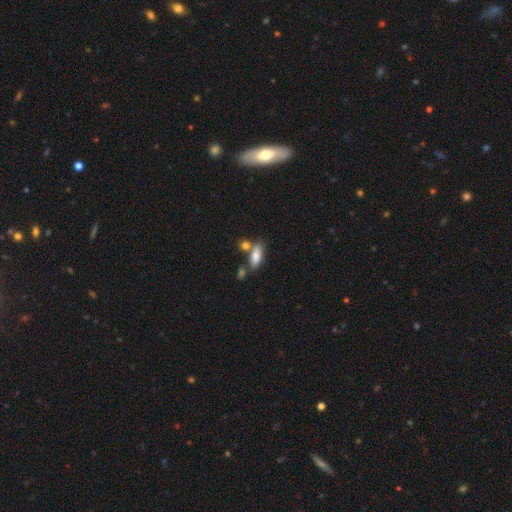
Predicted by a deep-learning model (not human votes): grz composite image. It shows a smooth galaxy with no disk features (81%) that is in between round and cigar-shaped (80%). Merging: none (56%).